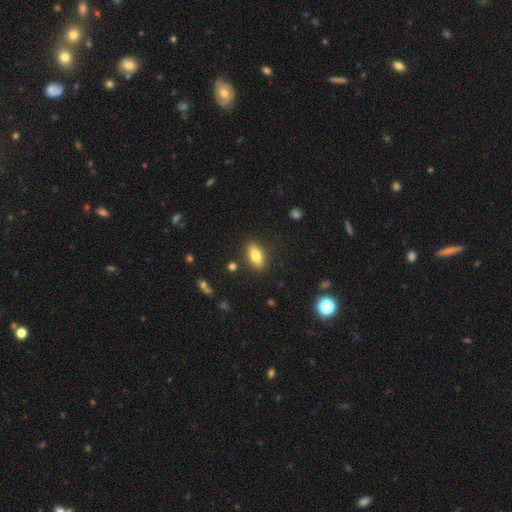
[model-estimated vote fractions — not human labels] This appears to be a smooth galaxy with no disk features (77%) that is in between round and cigar-shaped (84%). Merging: none (86%).